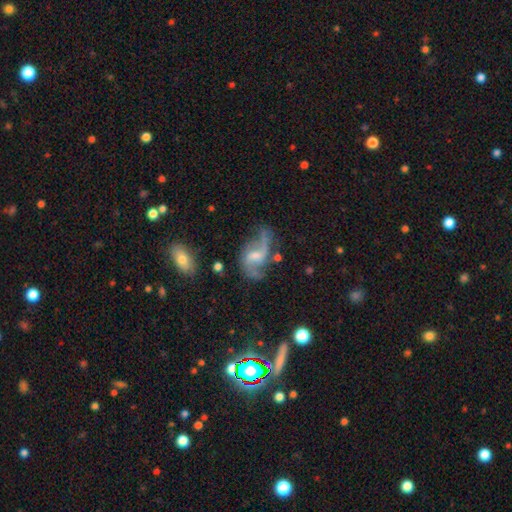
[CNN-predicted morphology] This is clearly a featured or disk galaxy (82%). It is clearly not viewed edge-on (97%). Bar: possibly weak (53%). Spiral arm pattern: clearly yes (93%). Spiral arm count: clearly 2 (86%). Spiral winding: likely loose (63%). Central bulge: marginally small (41%). Merging: possibly none (56%).